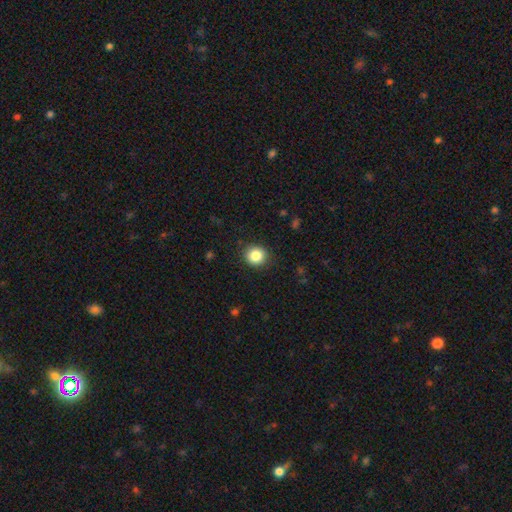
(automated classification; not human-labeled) Smooth or featured? smooth (86%)
How rounded? round (89%)
Merging? none (89%)